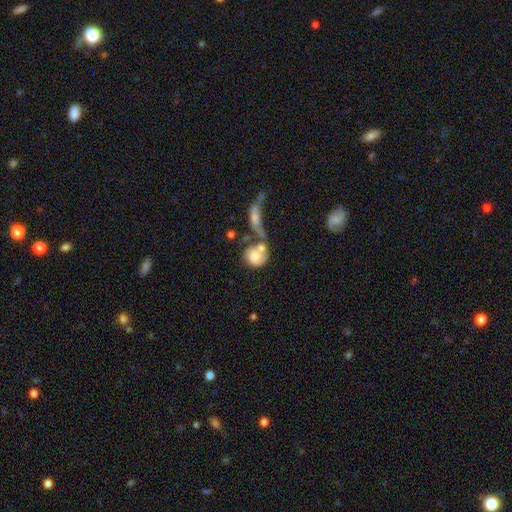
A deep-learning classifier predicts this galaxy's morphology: This is possibly a smooth galaxy (56%). How rounded: likely round (66%). Merging: possibly merger (55%).